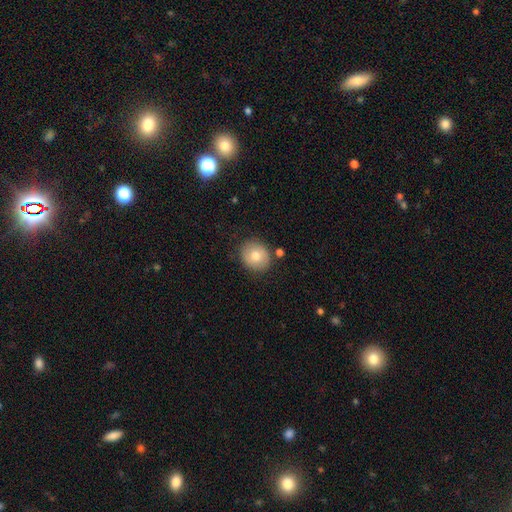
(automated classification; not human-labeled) A smooth galaxy with no disk features (74%) that is round (76%). Merging: none (82%).